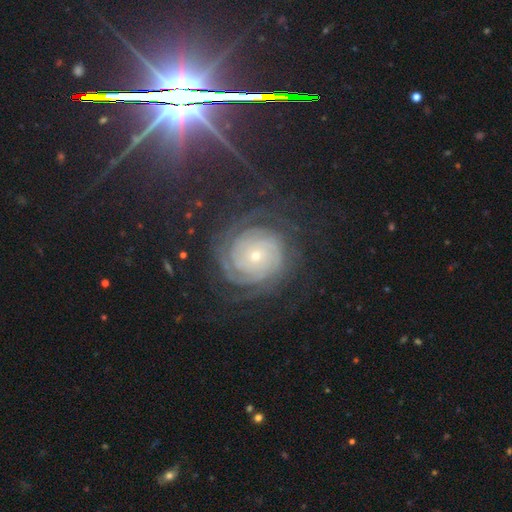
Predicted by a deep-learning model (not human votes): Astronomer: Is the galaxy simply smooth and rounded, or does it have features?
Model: featured or disk — 81%.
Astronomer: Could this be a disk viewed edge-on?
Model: no — 97%.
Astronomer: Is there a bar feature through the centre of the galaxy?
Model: no — 79%.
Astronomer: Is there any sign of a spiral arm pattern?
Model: yes — 97%.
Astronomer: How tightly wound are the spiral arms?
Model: tight — 83%.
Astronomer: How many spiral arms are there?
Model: can't tell — 30% (runner-up: 2, 18%).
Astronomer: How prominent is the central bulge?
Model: small — 73%.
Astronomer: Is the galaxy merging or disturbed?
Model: none — 77%.